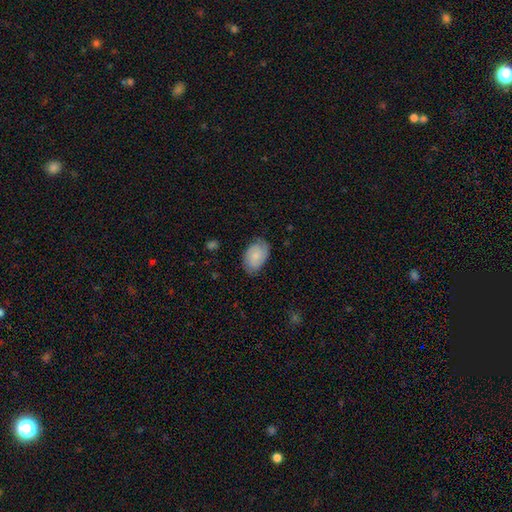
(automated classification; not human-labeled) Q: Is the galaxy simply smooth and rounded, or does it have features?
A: smooth — 55%.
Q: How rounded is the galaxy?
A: in between — 88%.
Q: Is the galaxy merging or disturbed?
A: none — 74%.